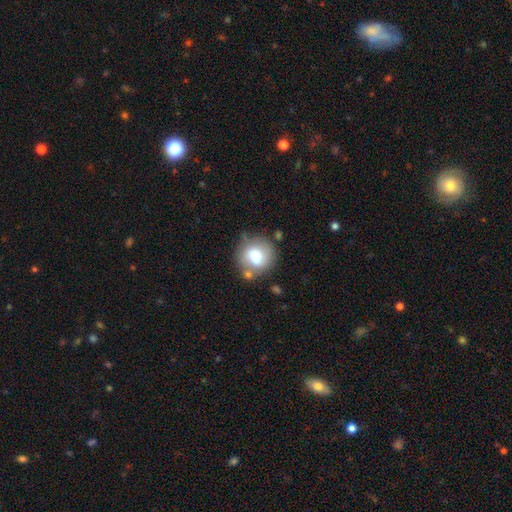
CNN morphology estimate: Q: Smooth or featured?
A: smooth (69%); runner-up: featured or disk (23%)
Q: How rounded?
A: round (84%); runner-up: in between (15%)
Q: Merging?
A: none (56%); runner-up: minor disturbance (22%)